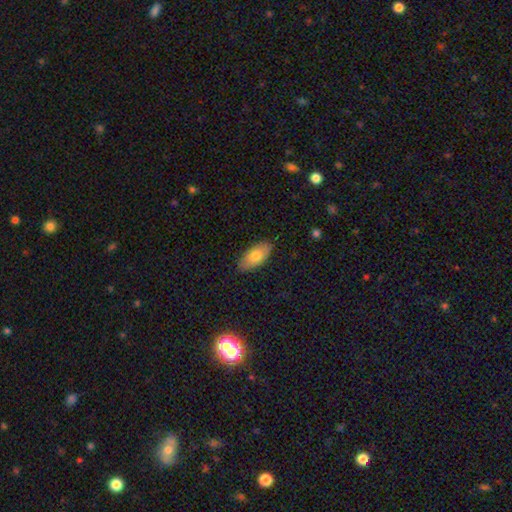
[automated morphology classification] This appears to be a smooth galaxy with no disk features (74%) that is in between round and cigar-shaped (91%). Merging: none (85%).